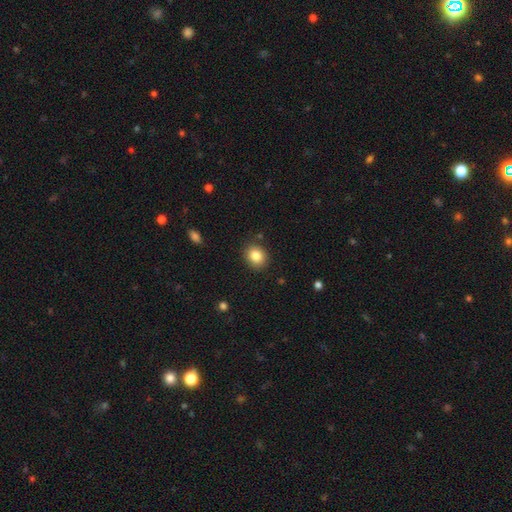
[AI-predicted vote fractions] Smooth or featured: smooth — 84% (star or artifact — 9%)
How rounded: round — 65% (in between — 34%)
Merging: none — 88% (minor disturbance — 8%)